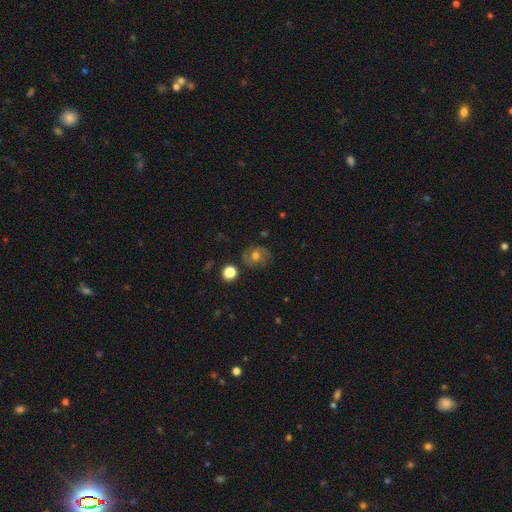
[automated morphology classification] Q: Smooth or featured?
A: featured or disk (47%); runner-up: smooth (40%)
Q: Merging?
A: none (76%); runner-up: minor disturbance (16%)